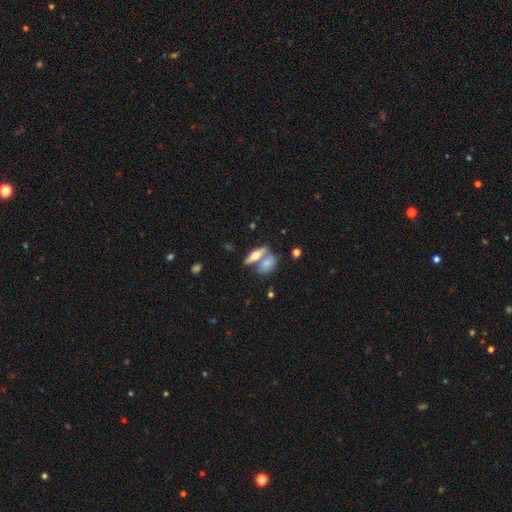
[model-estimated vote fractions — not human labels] Smooth or featured: featured or disk — 47% (smooth — 46%)
Merging: none — 51% (merger — 36%)